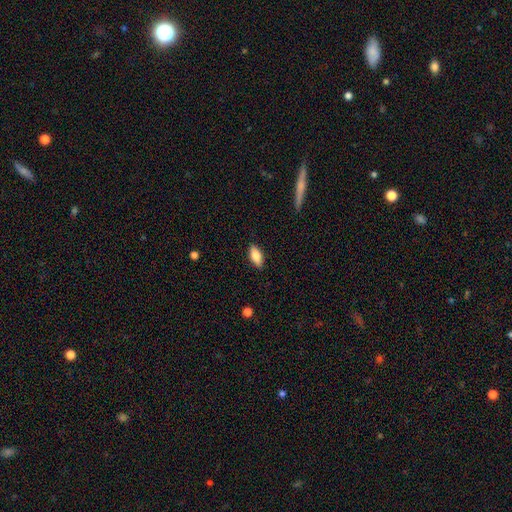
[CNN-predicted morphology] Q: Smooth or featured?
A: smooth (75%); runner-up: featured or disk (18%)
Q: How rounded?
A: in between (81%); runner-up: cigar-shaped (16%)
Q: Merging?
A: none (87%); runner-up: minor disturbance (9%)